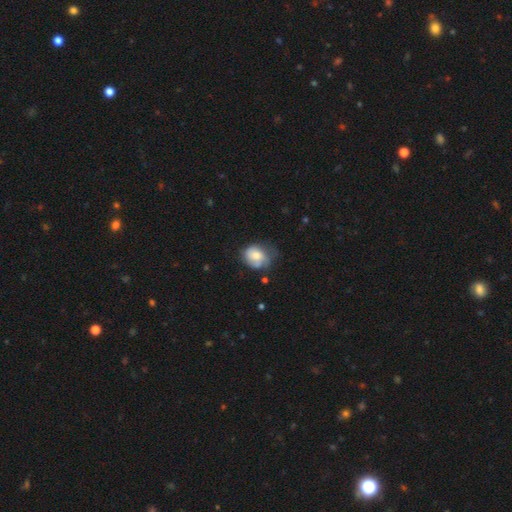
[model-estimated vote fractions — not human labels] smooth_or_featured: smooth (p=0.59) [alt: featured or disk p=0.33]
how_rounded: round (p=0.58) [alt: in between p=0.41]
merging: none (p=0.42) [alt: minor disturbance p=0.36]